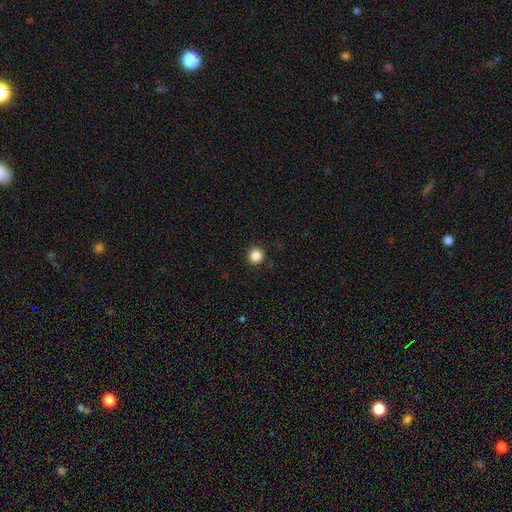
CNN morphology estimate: Smooth or featured? smooth (86%)
How rounded? round (96%)
Merging? none (92%)